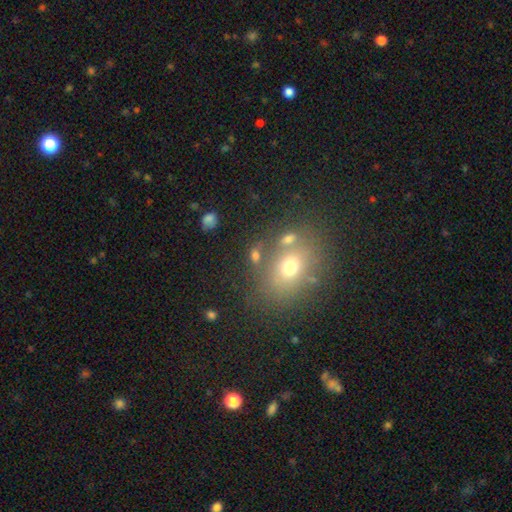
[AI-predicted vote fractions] A smooth galaxy with no disk features (65%) that is in between round and cigar-shaped (57%).

Vote fractions:
- Smooth or featured? smooth: 65% / star or artifact: 18% / featured or disk: 17%
- How rounded? in between: 57% / round: 41% / cigar-shaped: 2%
- Merging? none: 68% / merger: 13% / minor disturbance: 13% / major disturbance: 6%